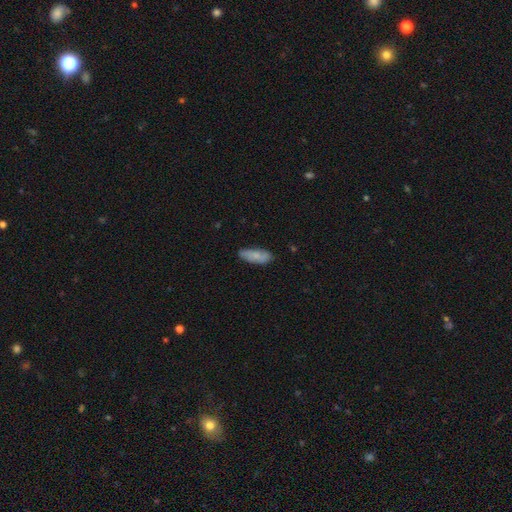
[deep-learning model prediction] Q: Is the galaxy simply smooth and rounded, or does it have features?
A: smooth — 73%.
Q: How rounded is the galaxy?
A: in between — 67%.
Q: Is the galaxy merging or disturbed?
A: none — 76%.